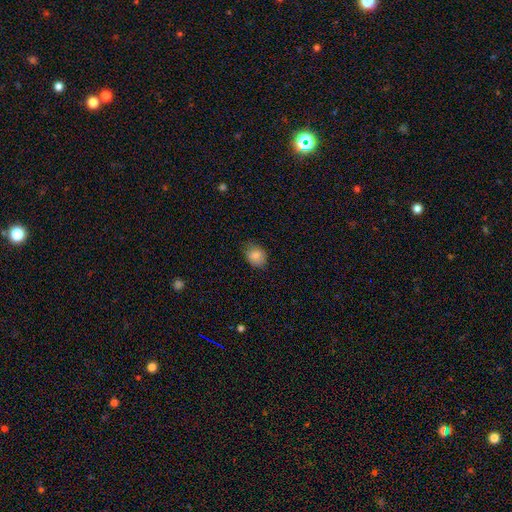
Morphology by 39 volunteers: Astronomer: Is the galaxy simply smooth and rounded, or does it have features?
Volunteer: smooth — 92%.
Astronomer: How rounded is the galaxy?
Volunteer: in between — 58% (runner-up: round, 39%).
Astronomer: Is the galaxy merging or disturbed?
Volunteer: none — 79%.